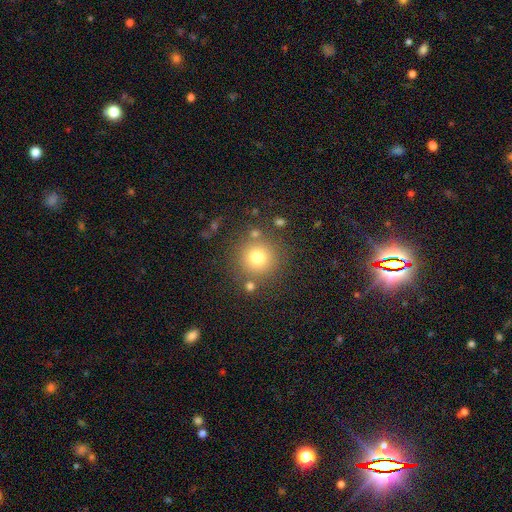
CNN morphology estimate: Smooth or featured? Predicted: smooth (p=0.74). How rounded? Predicted: round (p=0.95). Merging? Predicted: none (p=0.83).